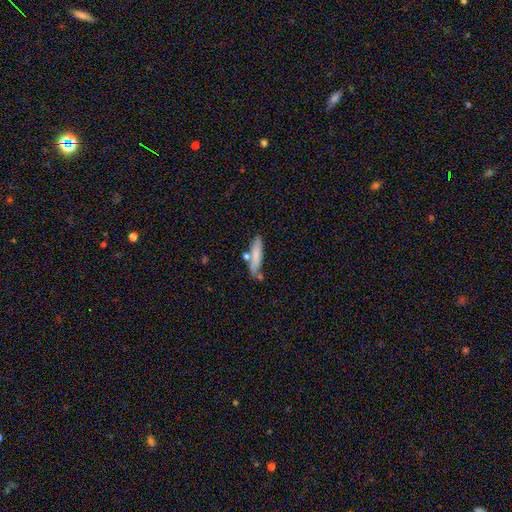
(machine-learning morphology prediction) smooth_or_featured: smooth (p=0.76) [alt: featured or disk p=0.17]
how_rounded: cigar-shaped (p=0.81) [alt: in between p=0.18]
merging: none (p=0.68) [alt: minor disturbance p=0.16]